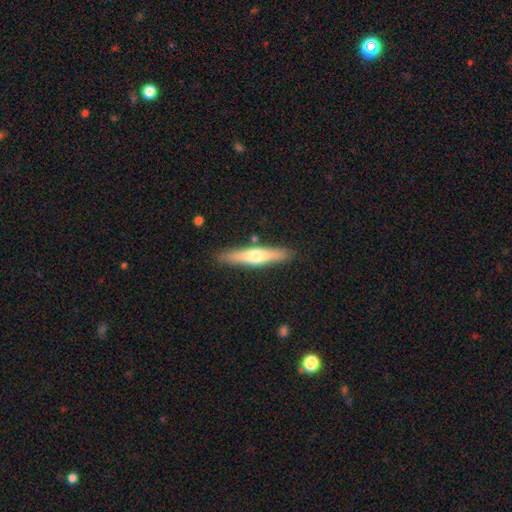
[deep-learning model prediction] The model was most divided on "smooth or featured": featured or disk: 48%, smooth: 47%, star or artifact: 5%. More confident: merging — none (87%).